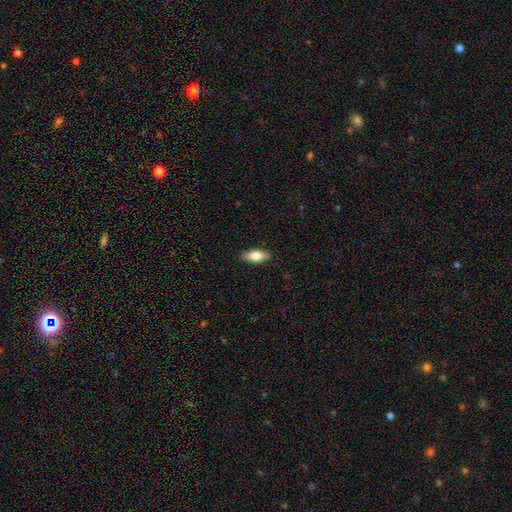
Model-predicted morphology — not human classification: Smooth or featured? smooth (69%)
How rounded? in between (70%)
Merging? none (89%)